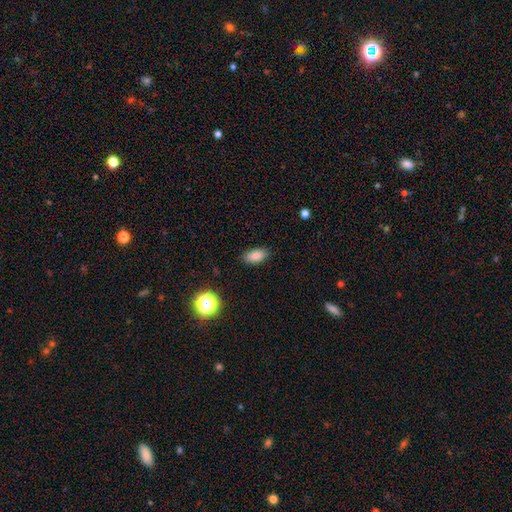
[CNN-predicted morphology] type=smooth (82%); roundness=in between (89%); merging=none (87%).